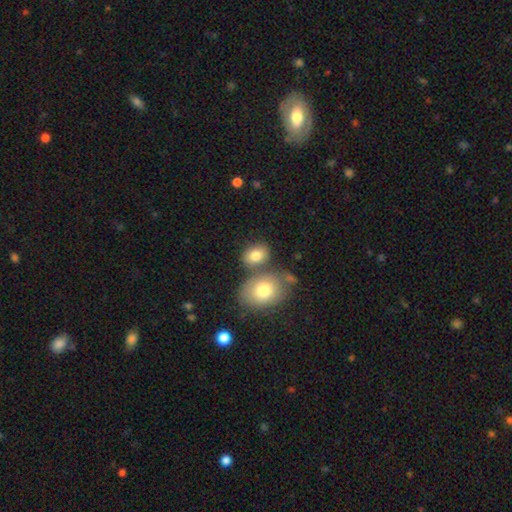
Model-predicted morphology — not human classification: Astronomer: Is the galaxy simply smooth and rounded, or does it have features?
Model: smooth — 79%.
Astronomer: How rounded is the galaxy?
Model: in between — 63%.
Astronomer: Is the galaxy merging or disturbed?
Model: none — 57%.